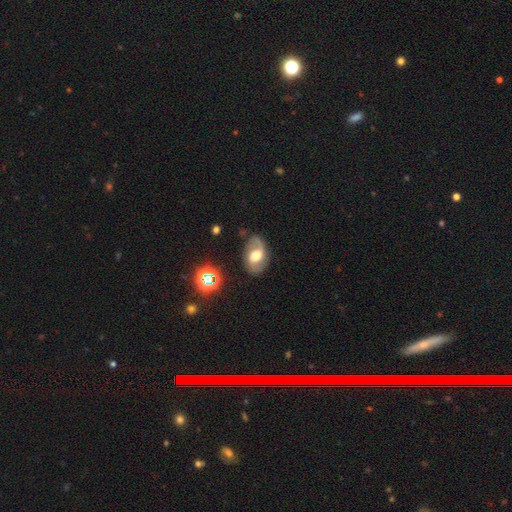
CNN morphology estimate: Q: Smooth or featured?
A: featured or disk (67%); runner-up: smooth (24%)
Q: Edge-on disk?
A: no (96%); runner-up: yes (4%)
Q: Bar?
A: weak (45%); runner-up: no (40%)
Q: Spiral arms?
A: yes (84%); runner-up: no (16%)
Q: Spiral winding?
A: medium (45%); runner-up: loose (35%)
Q: Spiral arm count?
A: 2 (80%); runner-up: 1 (10%)
Q: Bulge size?
A: moderate (55%); runner-up: large (30%)
Q: Merging?
A: none (71%); runner-up: minor disturbance (19%)